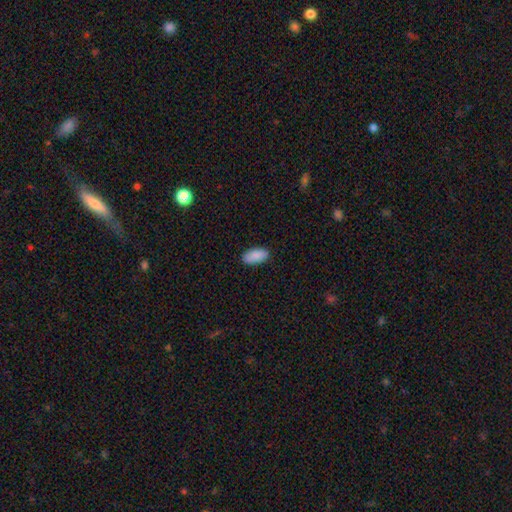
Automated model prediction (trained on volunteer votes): The model was most divided on "merging": none: 86%, minor disturbance: 11%, major disturbance: 2%, merger: 1%. More confident: how rounded — in between (94%); smooth or featured — smooth (89%).